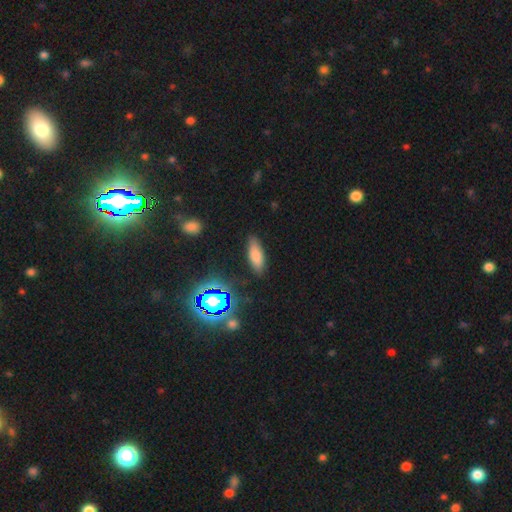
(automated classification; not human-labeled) A smooth galaxy with no disk features (76%) that is in between round and cigar-shaped (67%).

Vote fractions:
- Smooth or featured? smooth: 76% / star or artifact: 13% / featured or disk: 11%
- How rounded? in between: 67% / cigar-shaped: 30% / round: 2%
- Merging? none: 83% / minor disturbance: 12% / major disturbance: 3% / merger: 2%